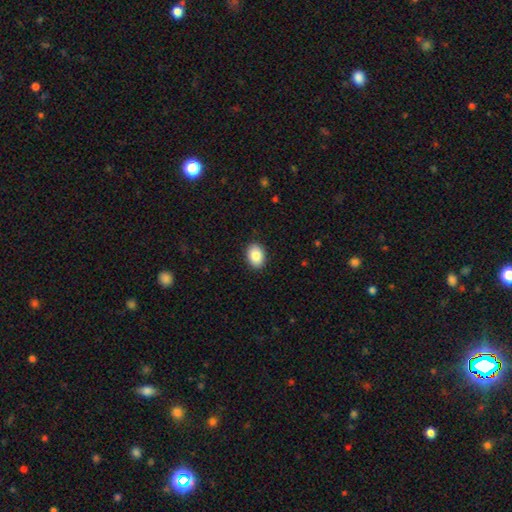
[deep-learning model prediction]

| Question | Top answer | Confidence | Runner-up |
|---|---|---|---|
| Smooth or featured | smooth | 87% | star or artifact (7%) |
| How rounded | in between | 76% | round (23%) |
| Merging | none | 90% | minor disturbance (7%) |